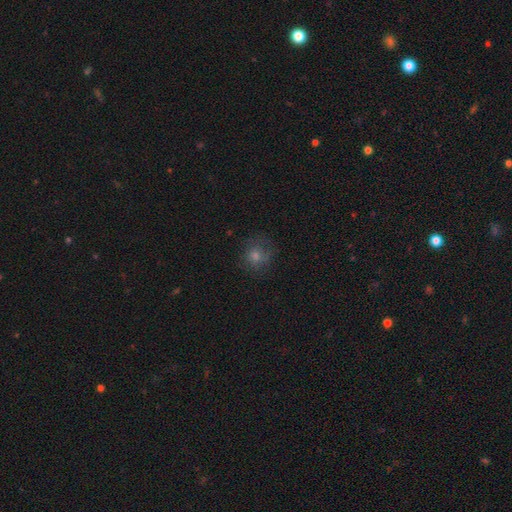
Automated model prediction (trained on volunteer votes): Overall: smooth (59%; star or artifact 21%). How rounded: round (85%). Merging: none (73%).